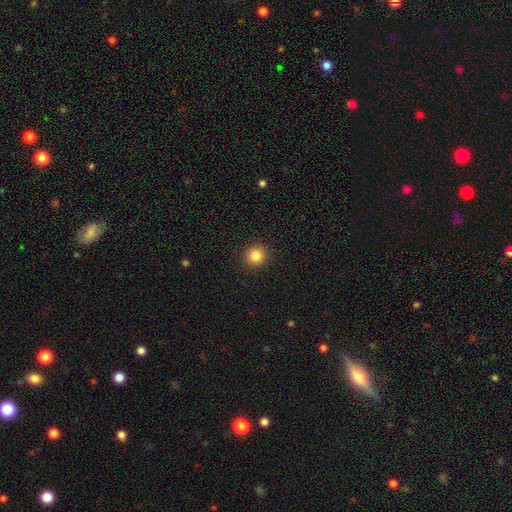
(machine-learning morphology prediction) A smooth galaxy with no disk features (85%) that is round (92%). Merging: none (92%).